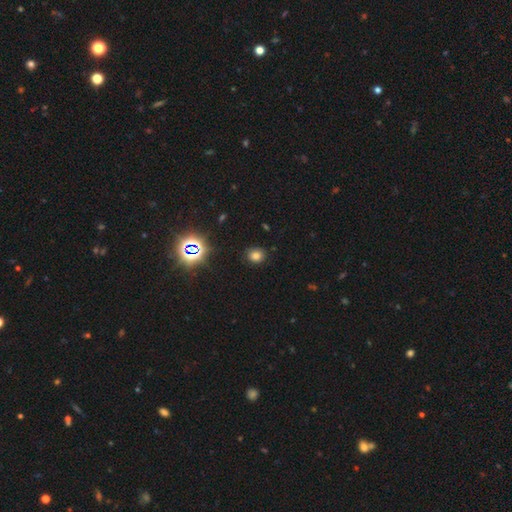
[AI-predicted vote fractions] smooth 74%, star or artifact 21%, featured or disk 6%. Down the decision tree: how rounded — round (75%); merging — none (86%).